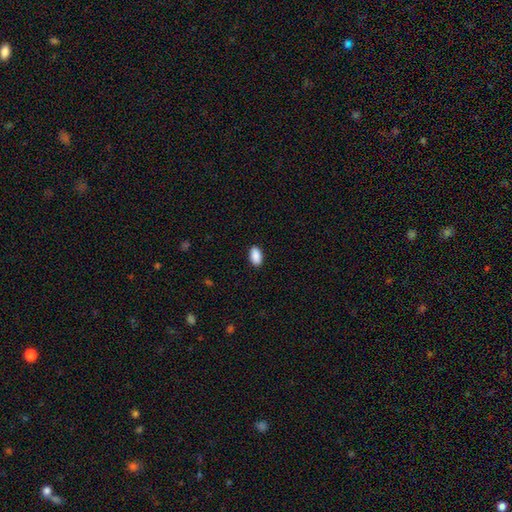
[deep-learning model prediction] smooth-or-featured: smooth: 90% | star or artifact: 7% | featured or disk: 3%
  how-rounded: in between: 93% | round: 4% | cigar-shaped: 3%
  merging: none: 89% | minor disturbance: 8% | major disturbance: 2% | merger: 1%